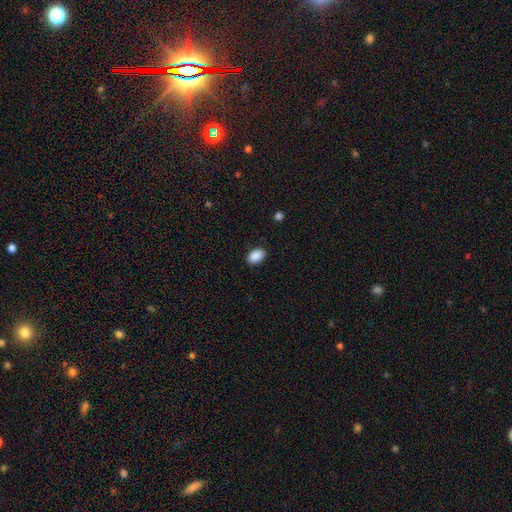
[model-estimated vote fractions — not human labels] Smooth or featured: smooth — 90% (star or artifact — 7%)
How rounded: in between — 90% (round — 9%)
Merging: none — 88% (minor disturbance — 8%)